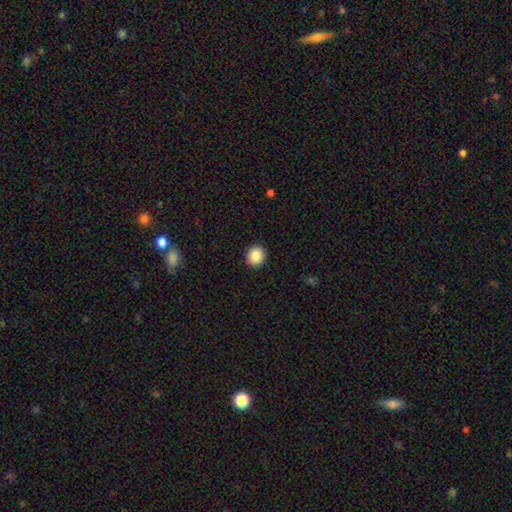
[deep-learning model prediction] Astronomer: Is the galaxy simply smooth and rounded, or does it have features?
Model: smooth — 87%.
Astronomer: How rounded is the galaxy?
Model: round — 87%.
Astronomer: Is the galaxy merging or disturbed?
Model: none — 90%.